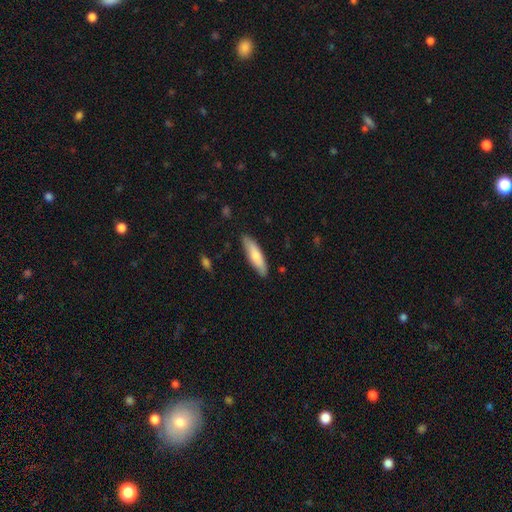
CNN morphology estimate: This appears to be a smooth galaxy with no disk features (76%) that is cigar-shaped (65%). Merging: none (86%).